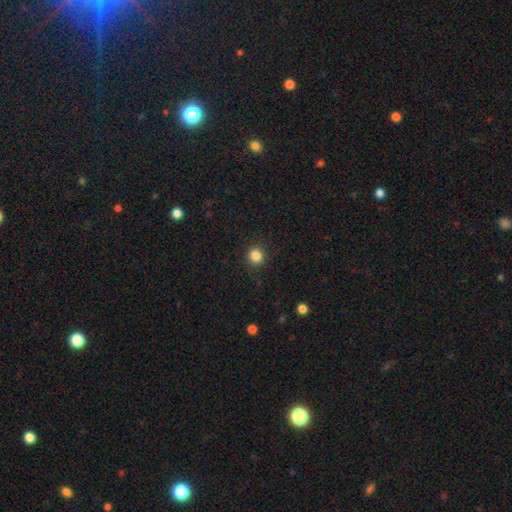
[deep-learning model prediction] This appears to be a smooth galaxy with no disk features (84%) that is round (93%). Merging: none (90%).